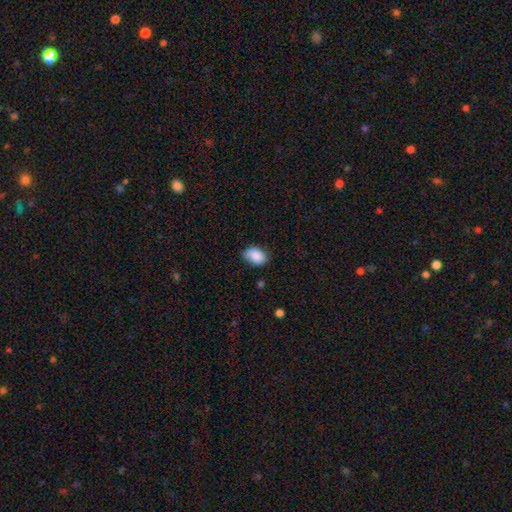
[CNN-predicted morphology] smooth 87%, star or artifact 7%, featured or disk 6%. Down the decision tree: how rounded — in between (85%); merging — none (70%).